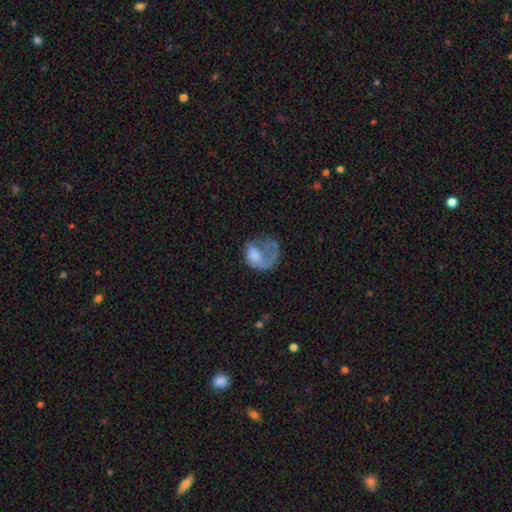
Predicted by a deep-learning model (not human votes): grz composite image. It shows a smooth galaxy with no disk features (47%). Merging: major disturbance (56%).